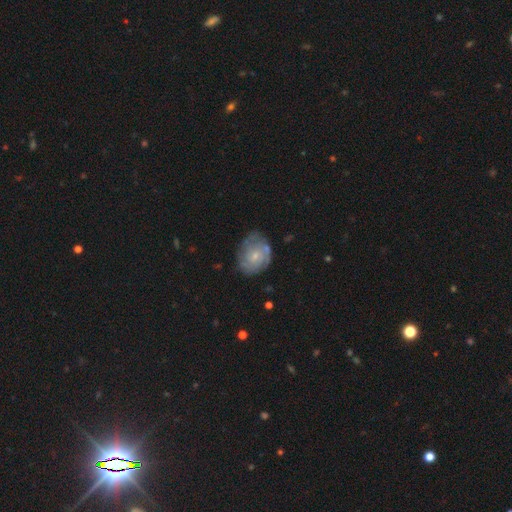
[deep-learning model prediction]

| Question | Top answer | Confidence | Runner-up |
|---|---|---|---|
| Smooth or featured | featured or disk | 60% | smooth (33%) |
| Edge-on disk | no | 97% | yes (3%) |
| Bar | no | 78% | weak (20%) |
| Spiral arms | yes | 75% | no (25%) |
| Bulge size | small | 68% | moderate (25%) |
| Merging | none | 64% | minor disturbance (24%) |